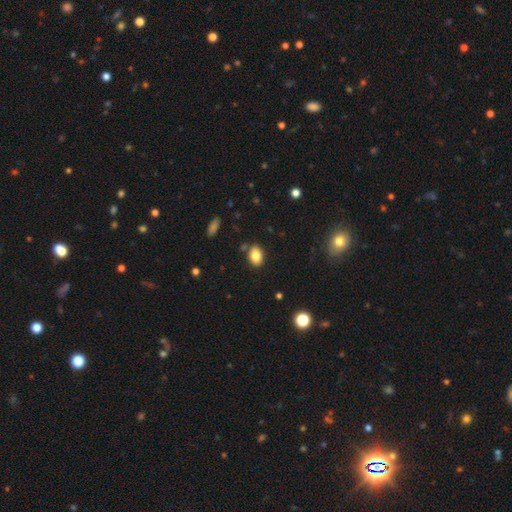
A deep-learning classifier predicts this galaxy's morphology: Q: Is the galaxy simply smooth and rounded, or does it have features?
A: smooth — 83%.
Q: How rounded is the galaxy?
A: in between — 83%.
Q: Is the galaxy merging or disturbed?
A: none — 82%.